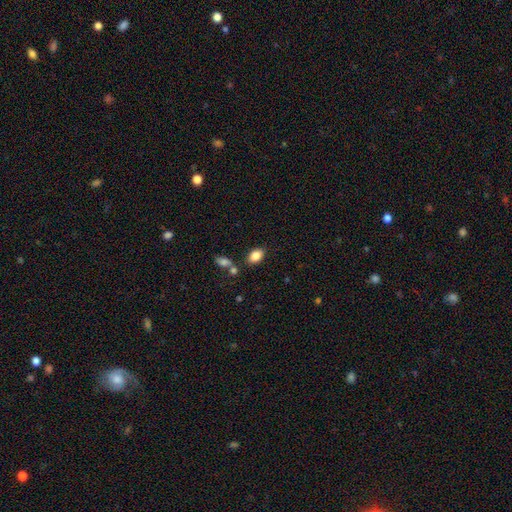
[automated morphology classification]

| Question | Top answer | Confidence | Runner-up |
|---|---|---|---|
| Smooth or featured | smooth | 85% | star or artifact (8%) |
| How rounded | in between | 88% | round (10%) |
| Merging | none | 77% | minor disturbance (11%) |